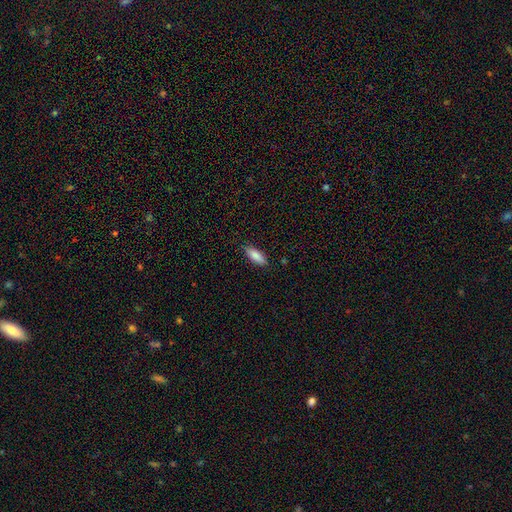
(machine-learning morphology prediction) Smooth or featured? Predicted: smooth (p=0.86). How rounded? Predicted: in between (p=0.67). Merging? Predicted: none (p=0.85).